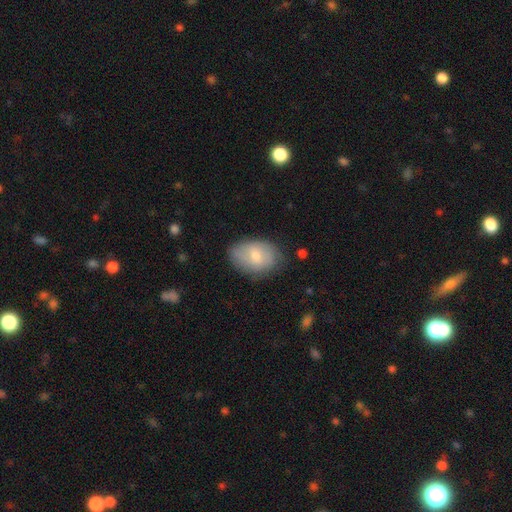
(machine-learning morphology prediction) This is likely a smooth galaxy (68%). How rounded: clearly in between (83%). Merging: likely none (73%).